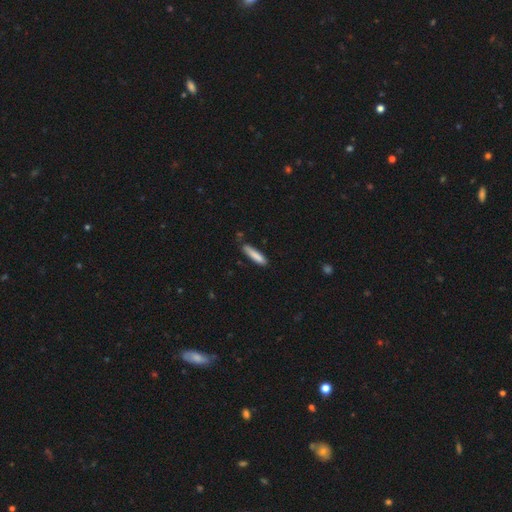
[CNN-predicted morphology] The model was most divided on "merging": none: 76%, minor disturbance: 18%, major disturbance: 3%, merger: 3%. More confident: how rounded — cigar-shaped (85%); smooth or featured — smooth (84%).